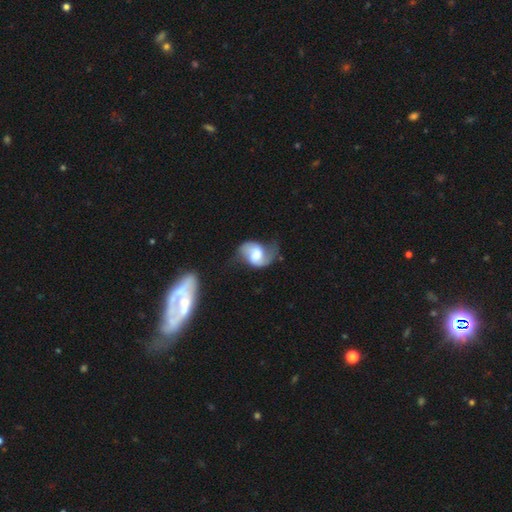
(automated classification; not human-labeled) This appears to be a featured or disk galaxy (74%) with a weak bar (43%), 2 (85%) loose (53%) spiral arms (92%) and a large central bulge (35%). Merging: none (46%).